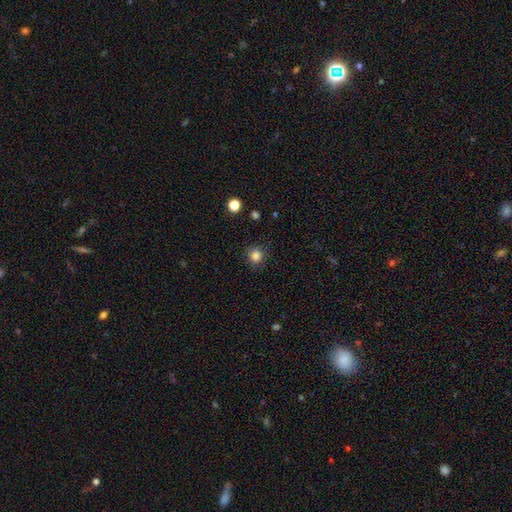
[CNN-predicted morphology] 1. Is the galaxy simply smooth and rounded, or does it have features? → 84% smooth, 12% star or artifact, 4% featured or disk.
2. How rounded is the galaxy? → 93% round, 6% in between, 1% cigar-shaped.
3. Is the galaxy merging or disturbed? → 90% none, 7% minor disturbance, 2% major disturbance, 1% merger.